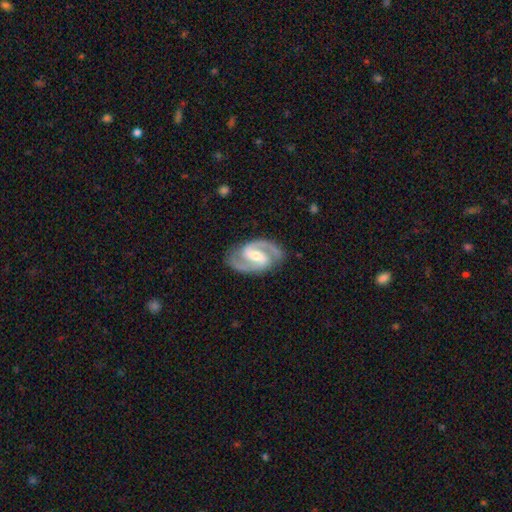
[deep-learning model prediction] Smooth or featured? Predicted: featured or disk (p=0.93). Edge-on disk? Predicted: no (p=0.98). Bar? Predicted: strong (p=0.42, tied with weak). Spiral arms? Predicted: yes (p=0.98). Spiral winding? Predicted: medium (p=0.58). Spiral arm count? Predicted: 2 (p=0.94). Bulge size? Predicted: moderate (p=0.61). Merging? Predicted: none (p=0.86).